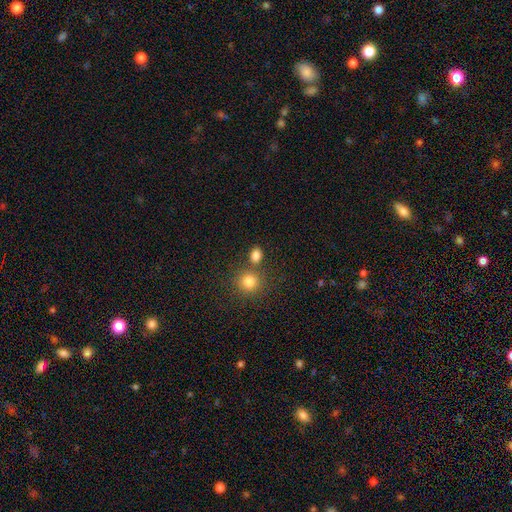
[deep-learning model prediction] This is clearly a smooth galaxy (82%). How rounded: likely in between (60%). Merging: likely none (68%).